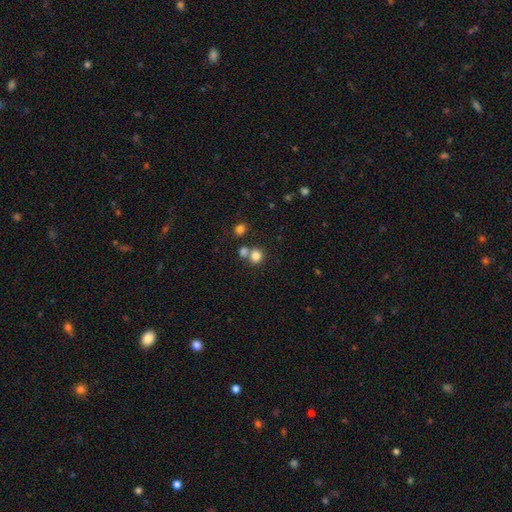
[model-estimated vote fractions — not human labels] smooth_or_featured: smooth (p=0.81) [alt: star or artifact p=0.12]
how_rounded: round (p=0.81) [alt: in between p=0.18]
merging: none (p=0.57) [alt: merger p=0.31]